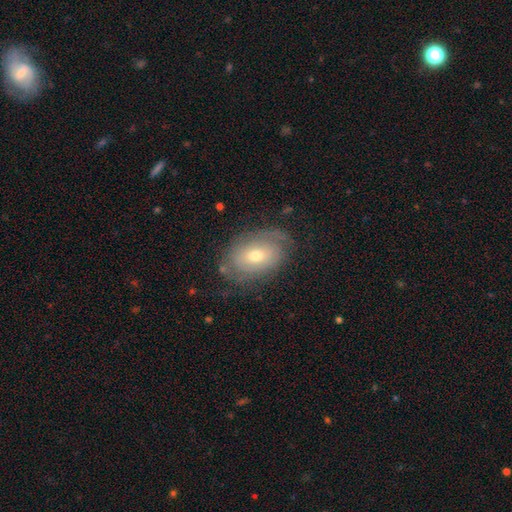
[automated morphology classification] A featured or disk galaxy (51%). Merging: none (70%).